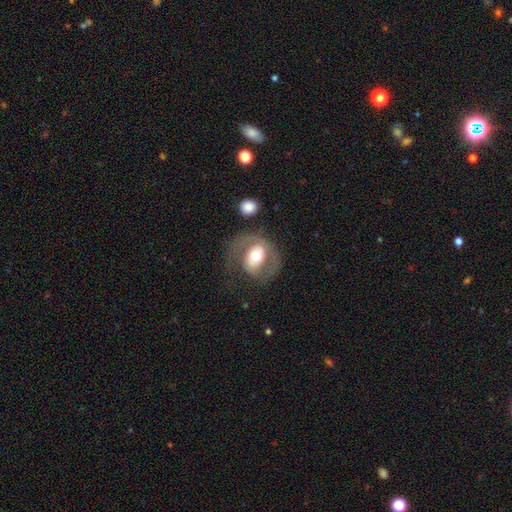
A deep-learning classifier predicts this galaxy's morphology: Overall: featured or disk (64%; smooth 30%). Edge-on disk: no (96%). Bar: no (48%; weak 32%). Spiral arms: yes (67%; no 33%). Bulge size: moderate (64%; large 25%). Merging: none (47%; major disturbance 31%).